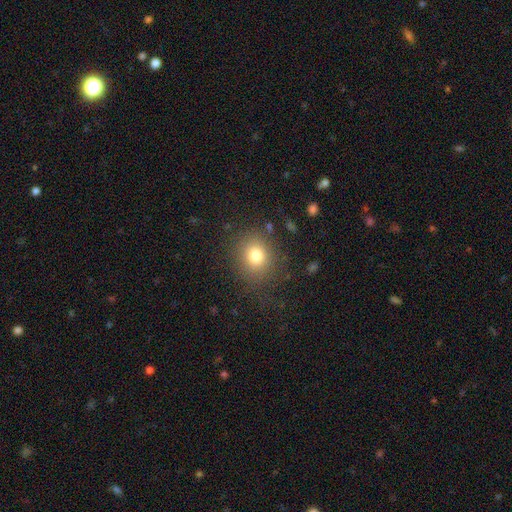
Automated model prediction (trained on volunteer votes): Smooth or featured?
  - smooth: 77% *
  - star or artifact: 13%
  - featured or disk: 10%
How rounded?
  - round: 76% *
  - in between: 23%
  - cigar-shaped: 1%
Merging?
  - none: 82% *
  - minor disturbance: 10%
  - major disturbance: 6%
  - merger: 2%